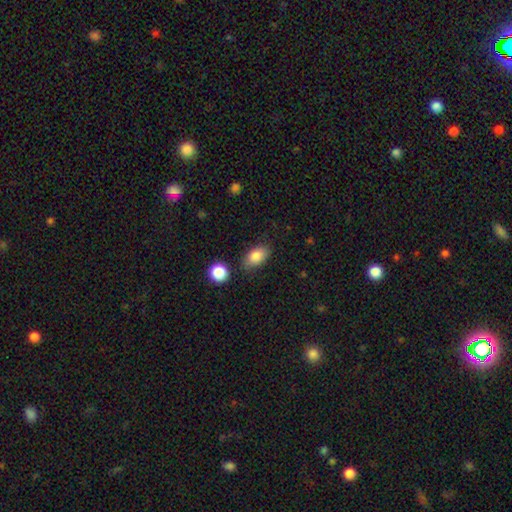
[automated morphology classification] The model was most divided on "merging": none: 79%, minor disturbance: 14%, merger: 4%, major disturbance: 3%. More confident: how rounded — in between (88%); smooth or featured — smooth (84%).